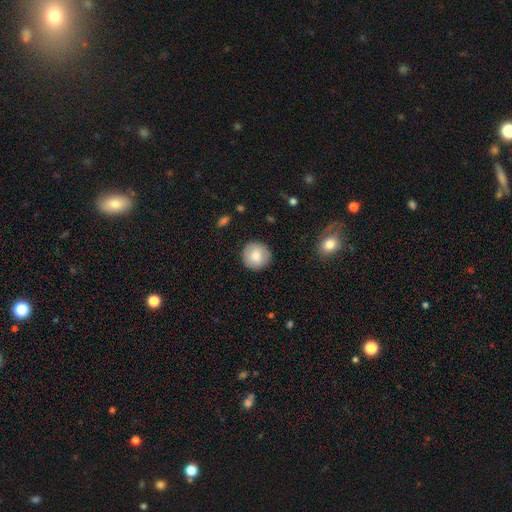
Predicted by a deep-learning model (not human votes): smooth_or_featured: smooth (p=0.83) [alt: featured or disk p=0.10]
how_rounded: round (p=0.94) [alt: in between p=0.05]
merging: none (p=0.90) [alt: minor disturbance p=0.07]